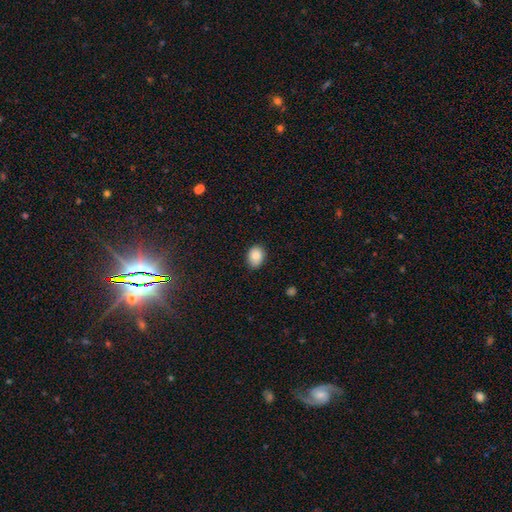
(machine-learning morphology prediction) smooth-or-featured: smooth: 87% | star or artifact: 8% | featured or disk: 5%
  how-rounded: in between: 56% | round: 43% | cigar-shaped: 1%
  merging: none: 83% | minor disturbance: 14% | major disturbance: 2% | merger: 1%